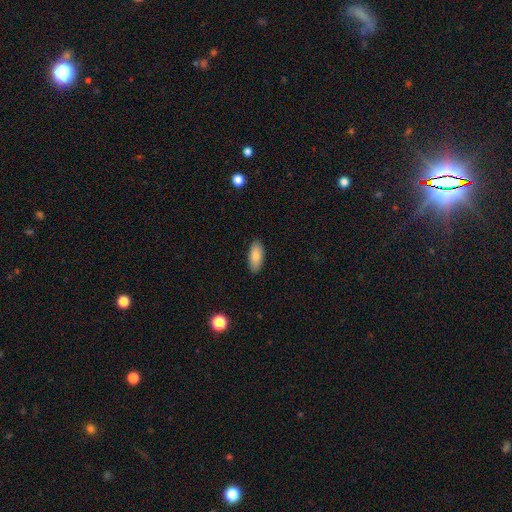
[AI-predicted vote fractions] smooth_or_featured: smooth (p=0.85) [alt: featured or disk p=0.09]
how_rounded: in between (p=0.85) [alt: cigar-shaped p=0.13]
merging: none (p=0.88) [alt: minor disturbance p=0.09]